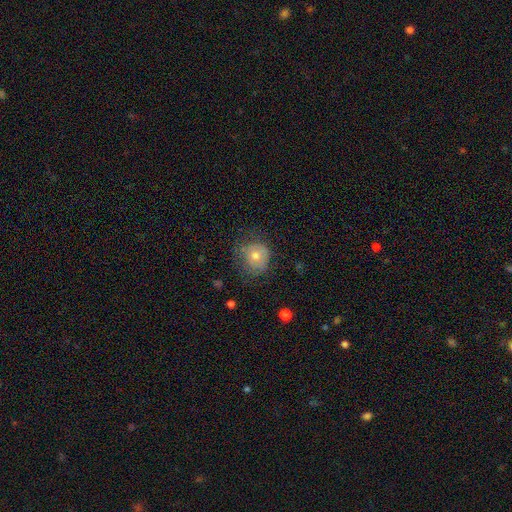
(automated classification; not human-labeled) Q: Smooth or featured?
A: smooth (58%); runner-up: featured or disk (31%)
Q: How rounded?
A: round (79%); runner-up: in between (20%)
Q: Merging?
A: none (61%); runner-up: minor disturbance (25%)